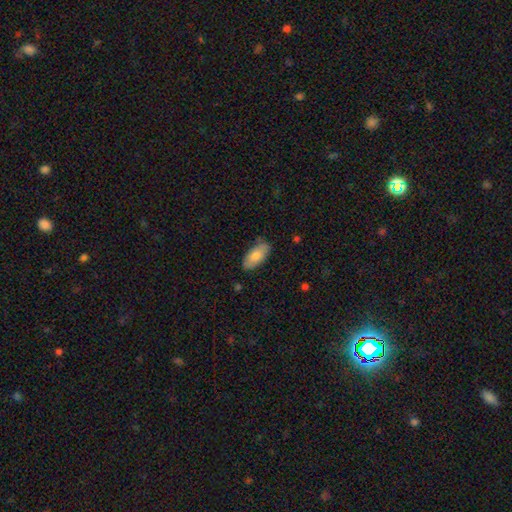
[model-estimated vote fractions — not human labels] smooth_or_featured: smooth (p=0.76) [alt: featured or disk p=0.17]
how_rounded: in between (p=0.91) [alt: cigar-shaped p=0.07]
merging: none (p=0.79) [alt: minor disturbance p=0.16]